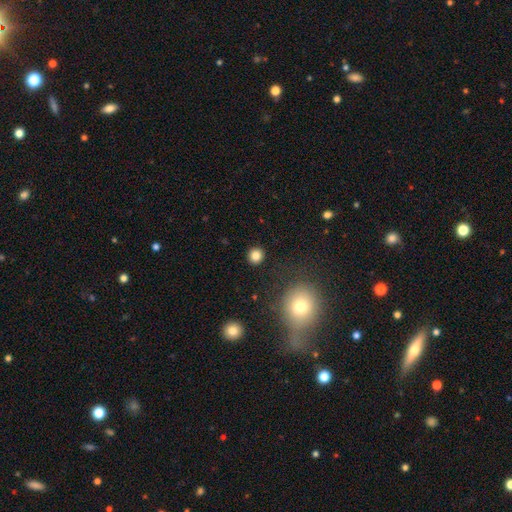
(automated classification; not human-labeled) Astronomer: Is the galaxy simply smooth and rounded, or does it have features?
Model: smooth — 83%.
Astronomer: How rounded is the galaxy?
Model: round — 90%.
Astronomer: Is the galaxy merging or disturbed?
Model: none — 90%.